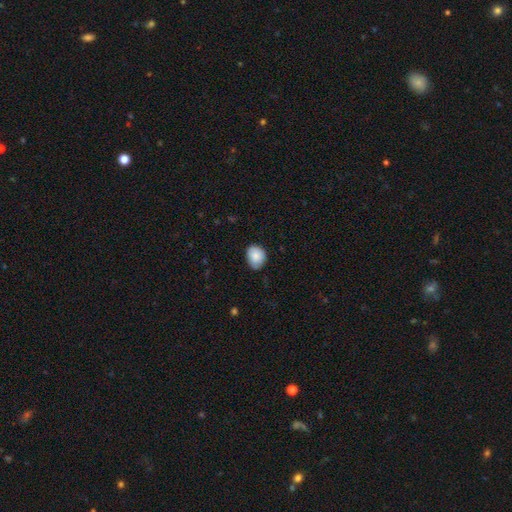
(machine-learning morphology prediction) smooth 85%, featured or disk 8%, star or artifact 7%. Down the decision tree: how rounded — in between (51%); merging — none (66%).